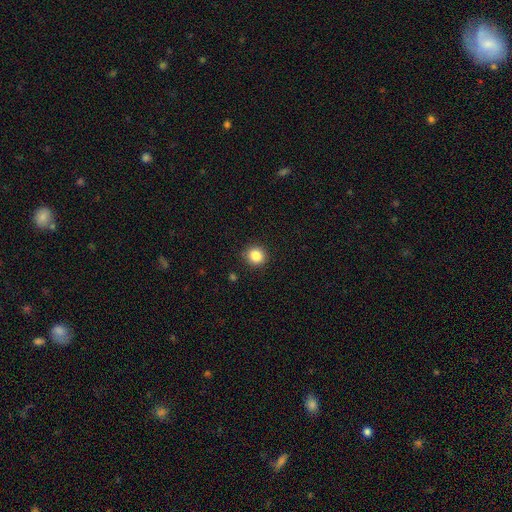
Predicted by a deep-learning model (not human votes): smooth 86%, star or artifact 10%, featured or disk 4%. Down the decision tree: how rounded — round (89%); merging — none (91%).